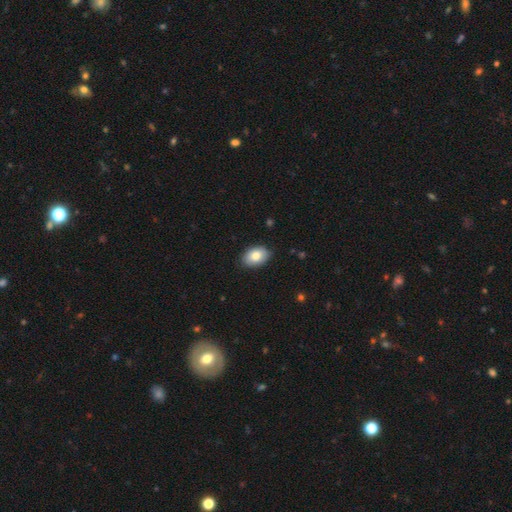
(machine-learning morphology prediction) smooth_or_featured: smooth (p=0.82) [alt: featured or disk p=0.11]
how_rounded: in between (p=0.86) [alt: round p=0.12]
merging: none (p=0.86) [alt: minor disturbance p=0.11]